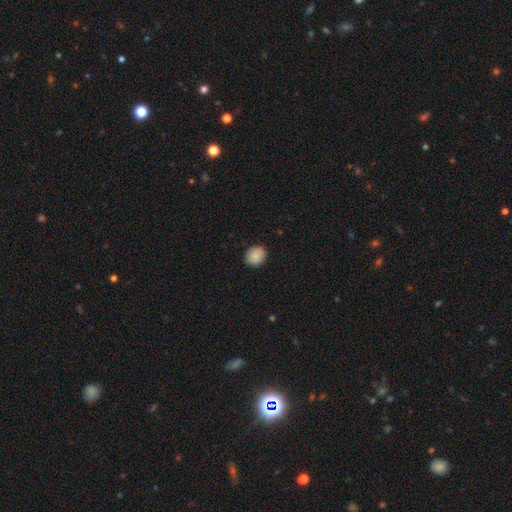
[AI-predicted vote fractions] Morphology: type=smooth (88%); roundness=round (78%); merging=none (87%).